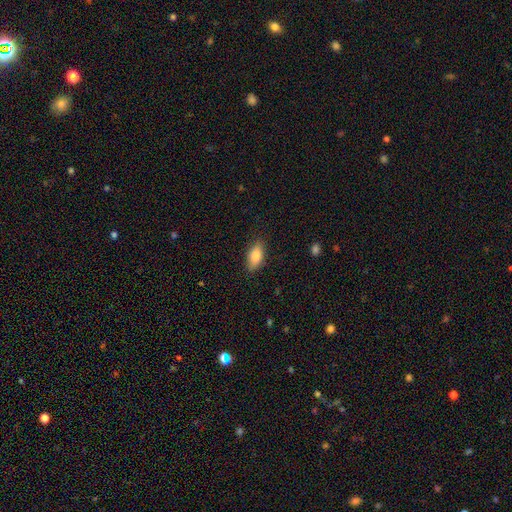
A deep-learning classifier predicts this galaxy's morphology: Overall: smooth (82%). How rounded: in between (87%). Merging: none (84%).